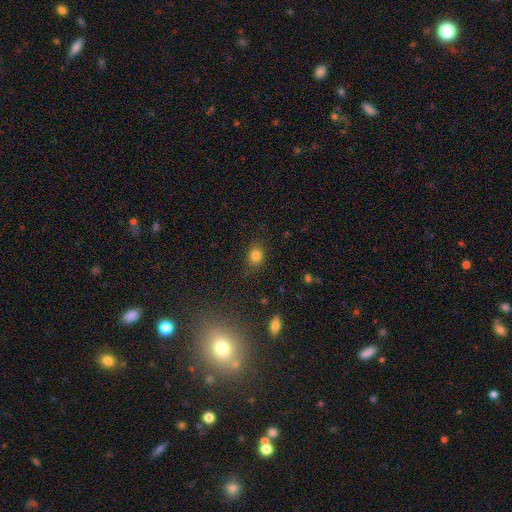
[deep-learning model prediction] smooth-or-featured: smooth: 80% | star or artifact: 13% | featured or disk: 7%
  how-rounded: round: 57% | in between: 41% | cigar-shaped: 1%
  merging: none: 81% | minor disturbance: 13% | major disturbance: 4% | merger: 2%